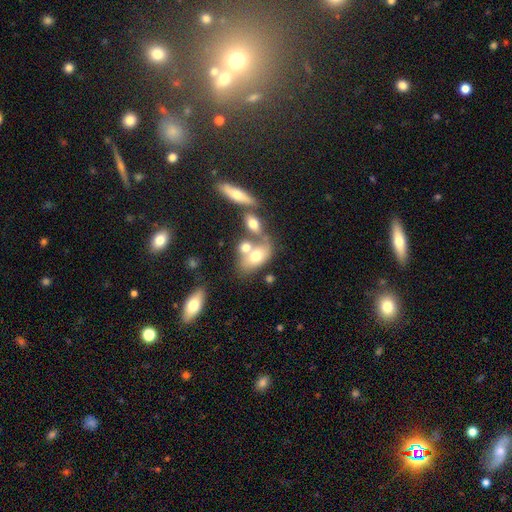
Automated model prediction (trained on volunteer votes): smooth-or-featured: smooth: 65% | featured or disk: 27% | star or artifact: 8%
  how-rounded: in between: 84% | round: 13% | cigar-shaped: 4%
  merging: merger: 48% | none: 35% | minor disturbance: 12% | major disturbance: 6%